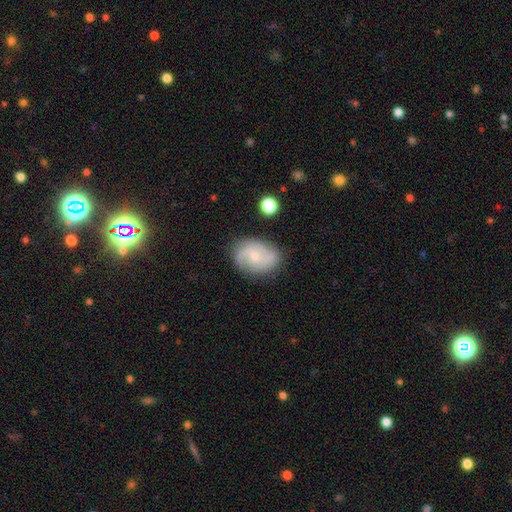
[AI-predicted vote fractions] Overall: featured or disk (69%). Edge-on disk: no (97%). Bar: no (62%; weak 34%). Spiral arms: yes (93%). Spiral arm count: 2 (58%). Spiral winding: medium (46%; tight 30%). Bulge size: small (67%; moderate 27%). Merging: none (77%).